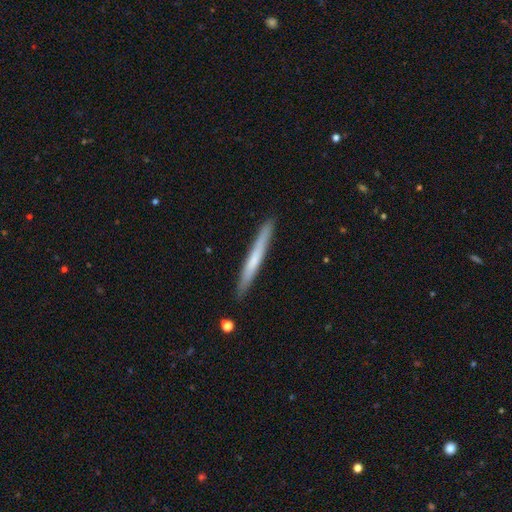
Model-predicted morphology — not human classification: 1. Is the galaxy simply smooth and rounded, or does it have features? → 48% smooth, 46% featured or disk, 6% star or artifact.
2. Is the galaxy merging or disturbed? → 91% none, 7% minor disturbance, 1% merger, 1% major disturbance.